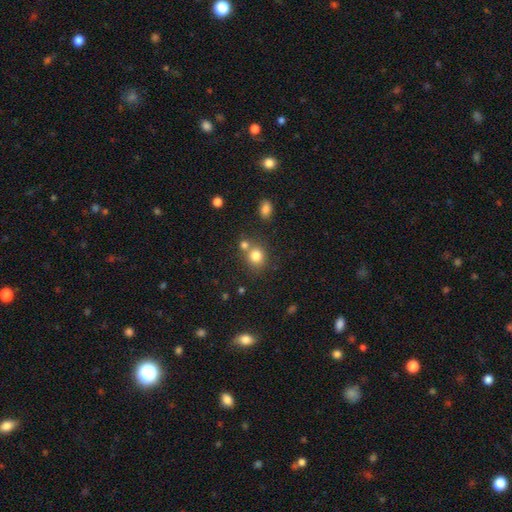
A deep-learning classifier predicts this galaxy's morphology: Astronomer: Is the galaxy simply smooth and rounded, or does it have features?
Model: smooth — 80%.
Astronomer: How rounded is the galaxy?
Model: round — 81%.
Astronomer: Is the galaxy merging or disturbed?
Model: none — 60%.